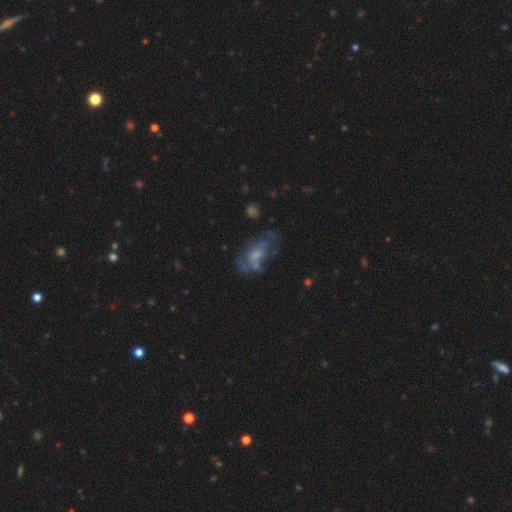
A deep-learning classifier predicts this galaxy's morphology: Smooth or featured?
  - featured or disk: 54% *
  - smooth: 34%
  - star or artifact: 12%
Edge-on disk?
  - no: 93% *
  - yes: 7%
Bar?
  - no: 69% *
  - weak: 25%
  - strong: 6%
Spiral arms?
  - no: 61% *
  - yes: 39%
Bulge size?
  - small: 36% * (tied)
  - moderate: 36% * (tied)
  - none: 20%
  - large: 6%
  - dominant: 2%
Merging?
  - none: 44% *
  - major disturbance: 25%
  - minor disturbance: 23%
  - merger: 8%